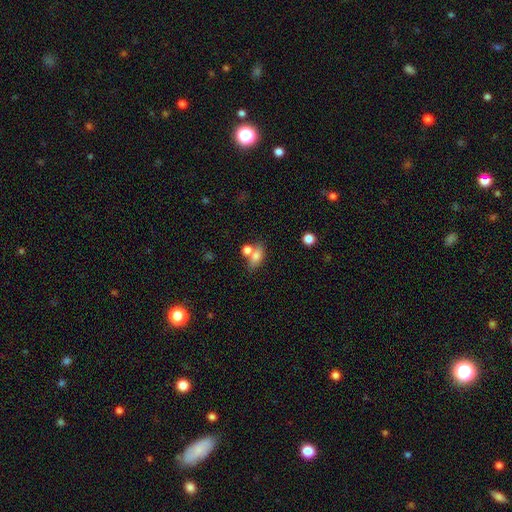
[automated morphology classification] smooth-or-featured: smooth: 76% | featured or disk: 14% | star or artifact: 10%
  how-rounded: in between: 76% | round: 14% | cigar-shaped: 10%
  merging: none: 46% | merger: 36% | minor disturbance: 12% | major disturbance: 6%